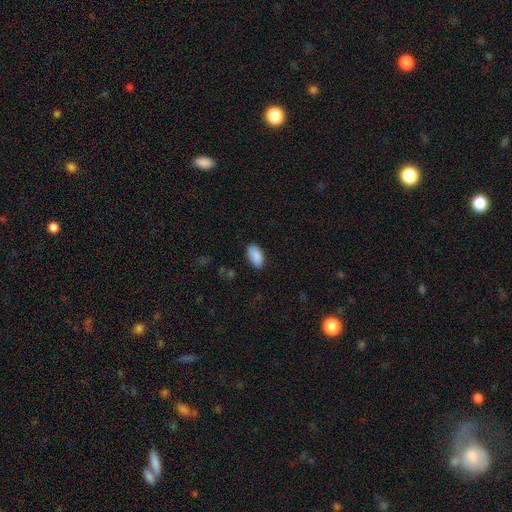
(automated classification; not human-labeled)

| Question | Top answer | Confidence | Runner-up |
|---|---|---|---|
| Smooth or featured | smooth | 90% | star or artifact (6%) |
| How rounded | in between | 95% | round (3%) |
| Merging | none | 87% | minor disturbance (10%) |